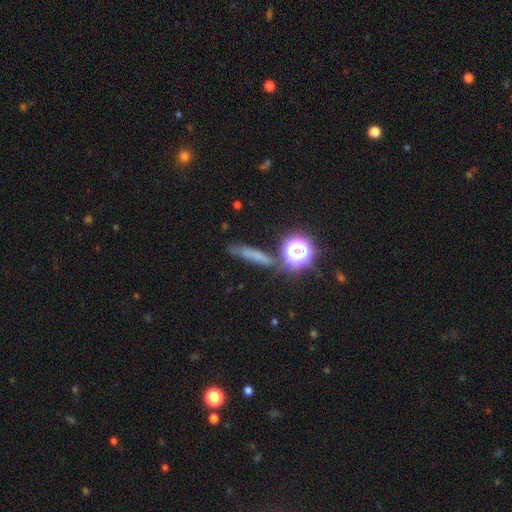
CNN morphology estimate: smooth-or-featured: smooth: 56% | star or artifact: 26% | featured or disk: 19%
  how-rounded: cigar-shaped: 67% | round: 18% | in between: 15%
  merging: none: 71% | minor disturbance: 16% | merger: 7% | major disturbance: 6%